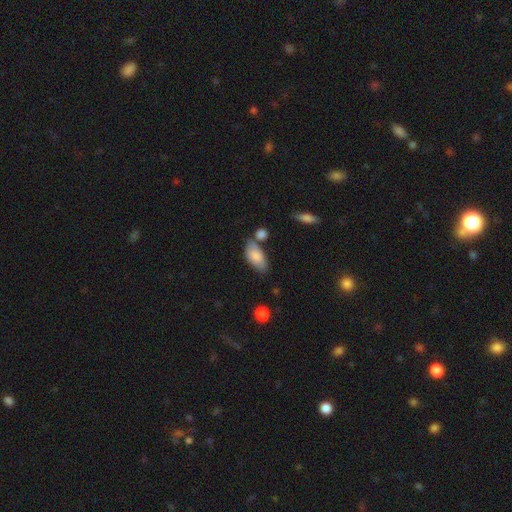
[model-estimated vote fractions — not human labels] Smooth or featured?
  - smooth: 83% *
  - featured or disk: 10%
  - star or artifact: 6%
How rounded?
  - in between: 92% *
  - cigar-shaped: 5%
  - round: 3%
Merging?
  - none: 57% *
  - minor disturbance: 20%
  - merger: 18%
  - major disturbance: 5%